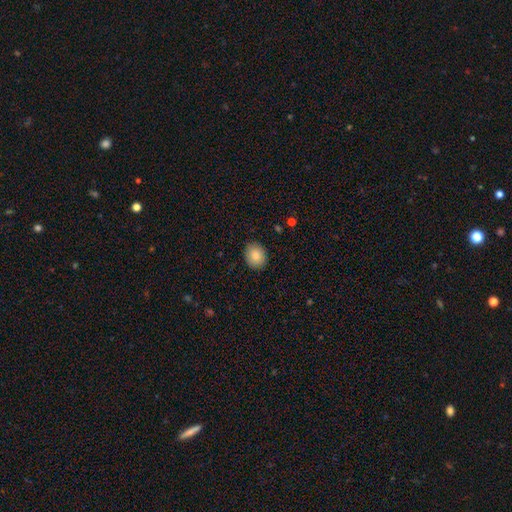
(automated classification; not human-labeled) Smooth or featured?
  - smooth: 85% *
  - star or artifact: 8%
  - featured or disk: 7%
How rounded?
  - round: 60% *
  - in between: 39%
  - cigar-shaped: 1%
Merging?
  - none: 89% *
  - minor disturbance: 8%
  - major disturbance: 2%
  - merger: 1%